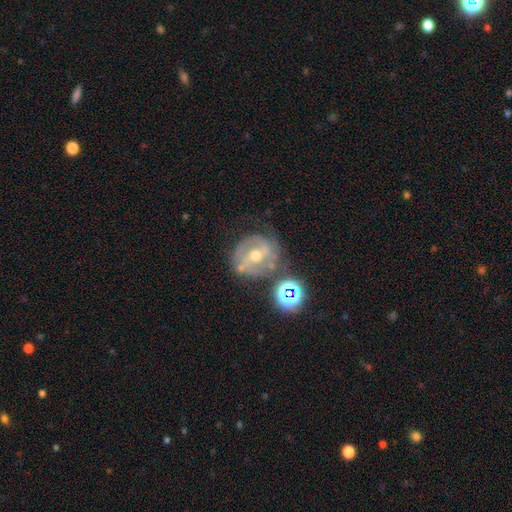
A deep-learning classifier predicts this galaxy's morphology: This appears to be a featured or disk galaxy (75%) with a weak bar (43%), 2 (52%) tight (46%) spiral arms (84%) and a moderate central bulge (65%). Merging: none (63%).